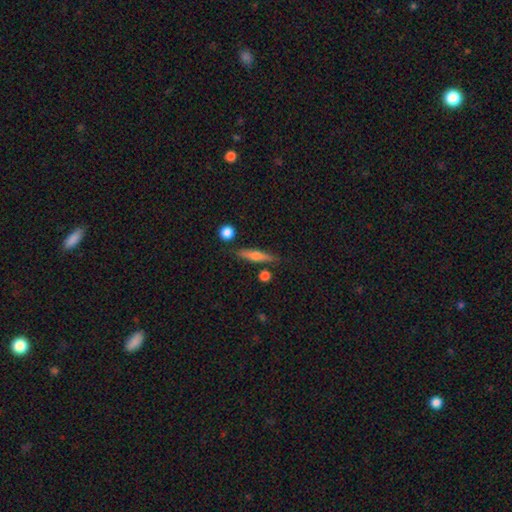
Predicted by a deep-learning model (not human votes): The model was most divided on "smooth or featured": smooth: 51%, featured or disk: 42%, star or artifact: 7%. More confident: merging — none (82%); how rounded — cigar-shaped (82%).